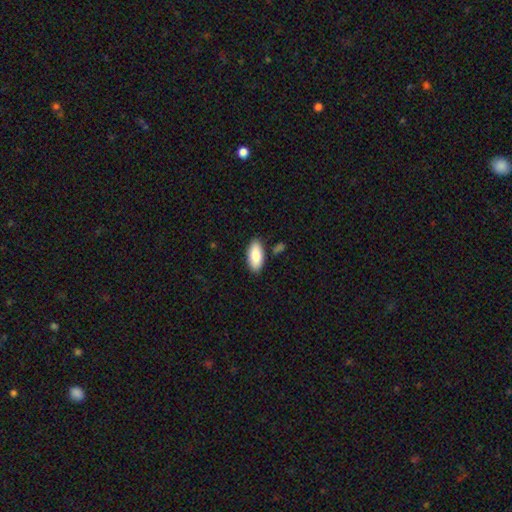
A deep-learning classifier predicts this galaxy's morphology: A smooth galaxy with no disk features (84%) that is in between round and cigar-shaped (90%). Merging: none (84%).